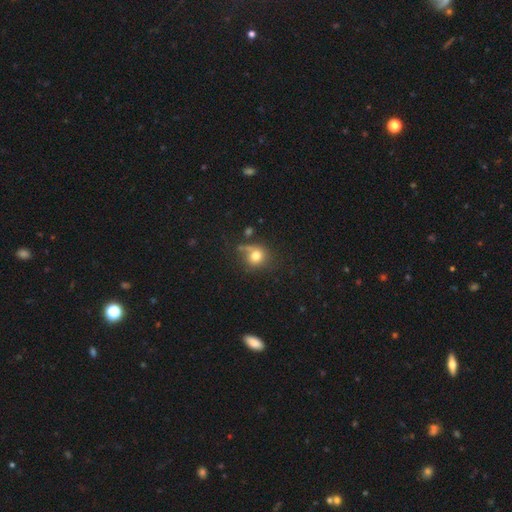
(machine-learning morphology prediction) Smooth or featured? Predicted: smooth (p=0.77). How rounded? Predicted: round (p=0.81). Merging? Predicted: none (p=0.55).